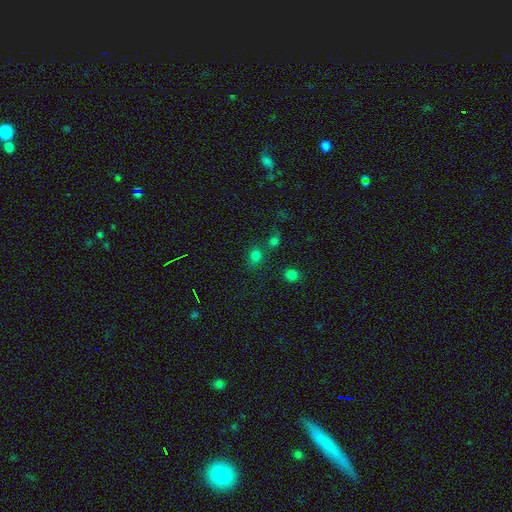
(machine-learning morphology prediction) A smooth galaxy with no disk features (75%) that is round (59%).

Vote fractions:
- Smooth or featured? smooth: 75% / star or artifact: 19% / featured or disk: 6%
- How rounded? round: 59% / in between: 39% / cigar-shaped: 1%
- Merging? none: 62% / merger: 21% / minor disturbance: 11% / major disturbance: 6%